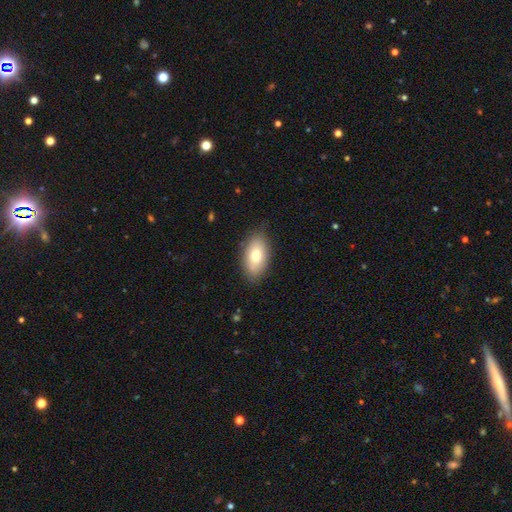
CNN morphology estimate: type=smooth (74%); roundness=in between (91%); merging=none (82%).